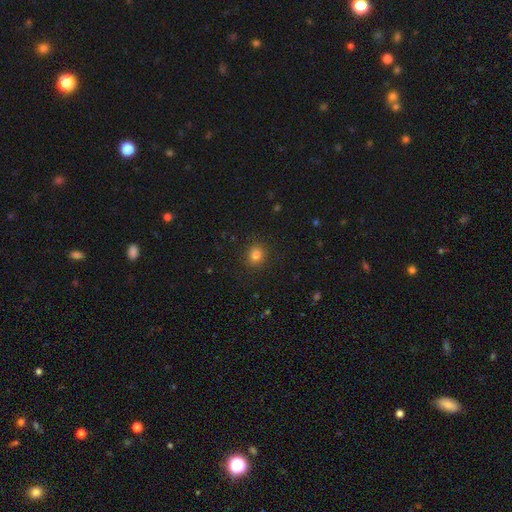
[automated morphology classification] This is clearly a smooth galaxy (83%). How rounded: likely round (67%). Merging: clearly none (88%).